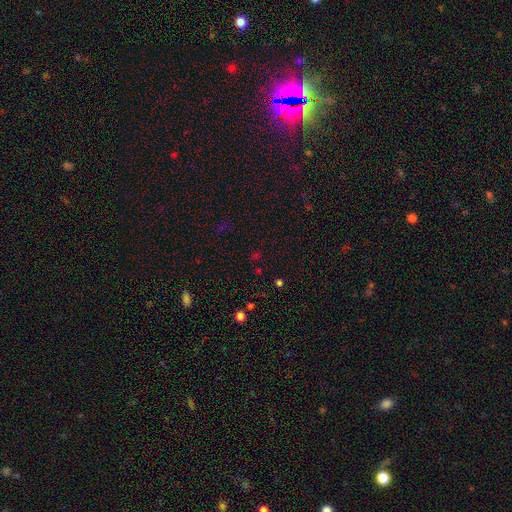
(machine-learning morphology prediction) type=star or artifact (57%).